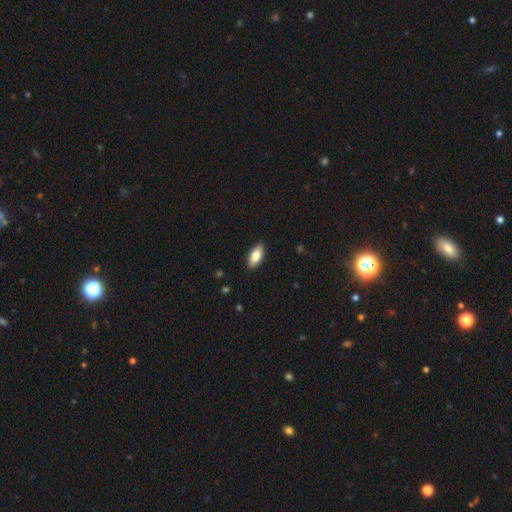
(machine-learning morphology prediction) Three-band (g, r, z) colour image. It shows a smooth galaxy with no disk features (77%) that is in between round and cigar-shaped (84%). Merging: none (88%).